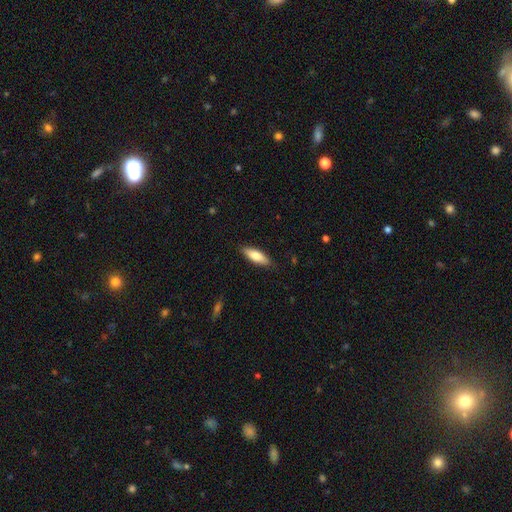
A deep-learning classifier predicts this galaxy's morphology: Overall: smooth (76%). How rounded: in between (59%; cigar-shaped 39%). Merging: none (87%).